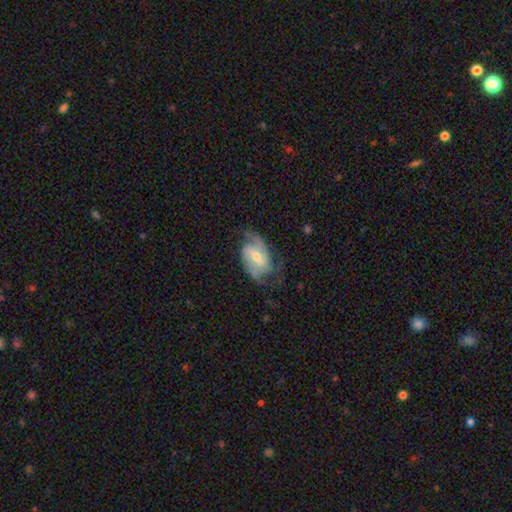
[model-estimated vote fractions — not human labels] Smooth or featured? Predicted: featured or disk (p=0.82). Edge-on disk? Predicted: no (p=0.96). Bar? Predicted: weak (p=0.46). Spiral arms? Predicted: yes (p=0.94). Spiral winding? Predicted: medium (p=0.48). Spiral arm count? Predicted: 2 (p=0.80). Bulge size? Predicted: moderate (p=0.47). Merging? Predicted: none (p=0.66).